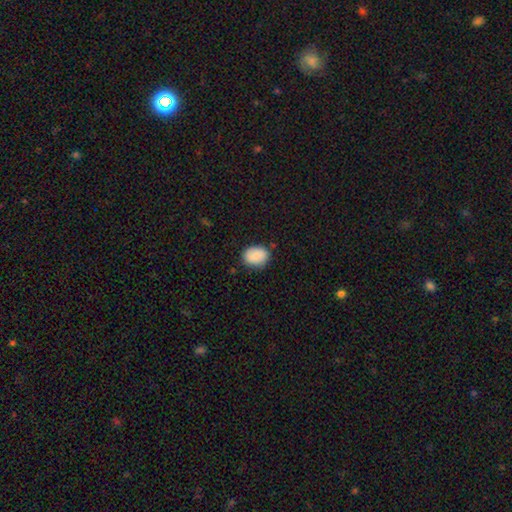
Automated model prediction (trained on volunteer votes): Smooth or featured? smooth (87%)
How rounded? in between (64%)
Merging? none (78%)